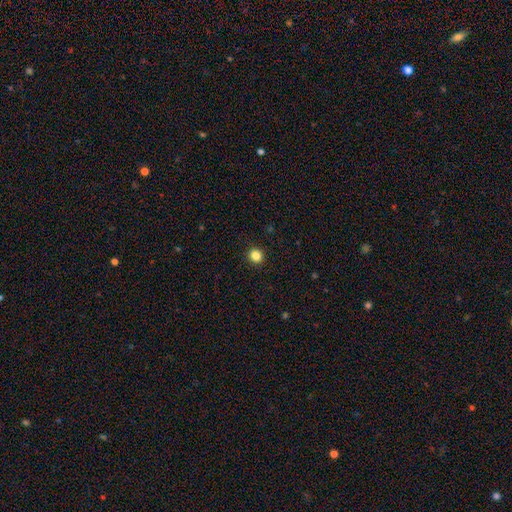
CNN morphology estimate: Smooth or featured? Predicted: smooth (p=0.85). How rounded? Predicted: round (p=0.90). Merging? Predicted: none (p=0.93).